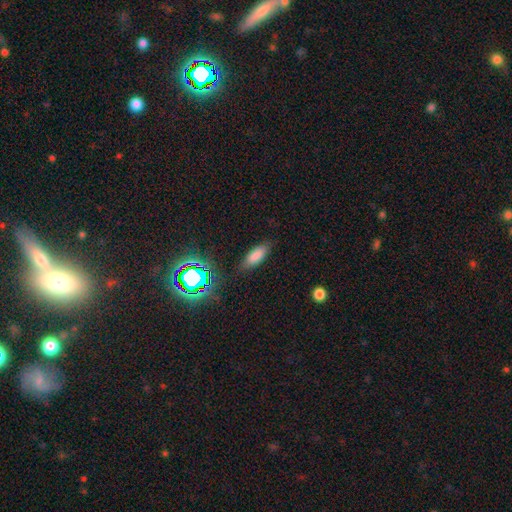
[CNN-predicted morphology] smooth 76%, star or artifact 14%, featured or disk 9%. Down the decision tree: how rounded — in between (75%); merging — none (81%).